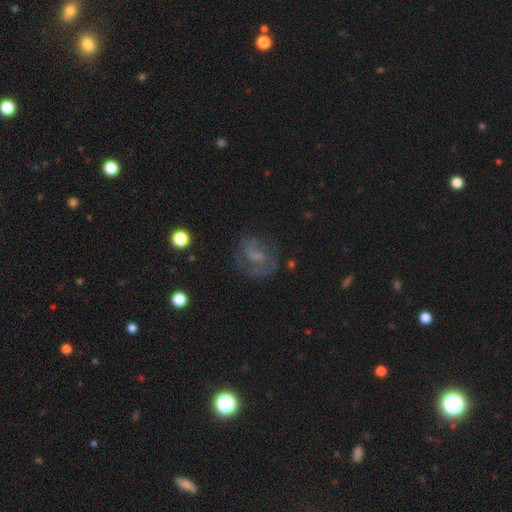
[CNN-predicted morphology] The model was most divided on "bulge size": none: 41%, small: 30%, moderate: 23%, large: 5%, dominant: 1%. More confident: edge-on disk — no (97%); spiral arms — yes (76%); smooth or featured — featured or disk (62%); merging — none (57%); bar — no (52%).